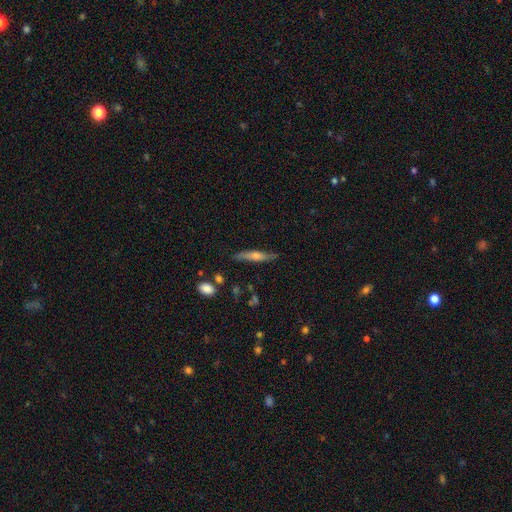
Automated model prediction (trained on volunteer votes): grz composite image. It shows a featured or disk galaxy (48%). Merging: none (82%).